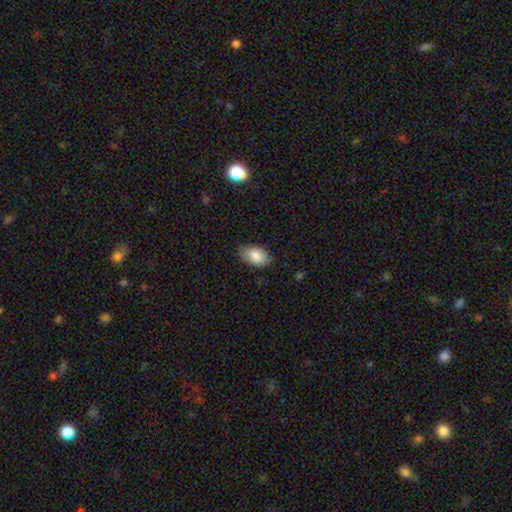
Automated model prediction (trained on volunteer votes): Q: Smooth or featured?
A: smooth (87%); runner-up: star or artifact (7%)
Q: How rounded?
A: in between (91%); runner-up: round (7%)
Q: Merging?
A: none (78%); runner-up: minor disturbance (18%)